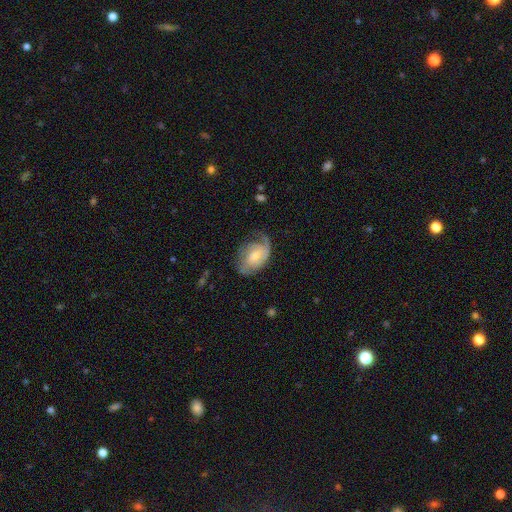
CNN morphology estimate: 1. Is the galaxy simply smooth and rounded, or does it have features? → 70% featured or disk, 24% smooth, 6% star or artifact.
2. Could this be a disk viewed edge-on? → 96% no, 4% yes.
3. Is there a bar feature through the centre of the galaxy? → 51% no, 41% weak, 7% strong.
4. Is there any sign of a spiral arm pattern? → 90% yes, 10% no.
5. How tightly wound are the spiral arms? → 40% medium, 38% tight, 22% loose.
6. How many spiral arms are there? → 40% 2, 28% 1, 20% can't tell, 7% 3, 2% 4, 2% more than 4.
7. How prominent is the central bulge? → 51% moderate, 36% small, 7% large, 5% none, 1% dominant.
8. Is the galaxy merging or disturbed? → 51% none, 27% minor disturbance, 20% major disturbance, 2% merger.